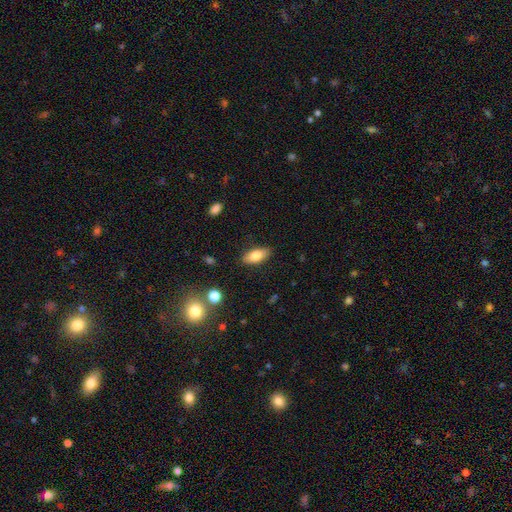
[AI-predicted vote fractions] smooth 78%, featured or disk 14%, star or artifact 8%. Down the decision tree: how rounded — in between (84%); merging — none (86%).